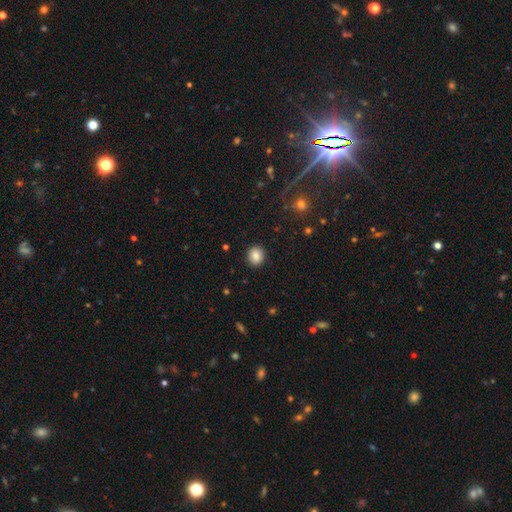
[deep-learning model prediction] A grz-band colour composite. It shows a smooth galaxy with no disk features (85%) that is round (79%). Merging: none (91%).